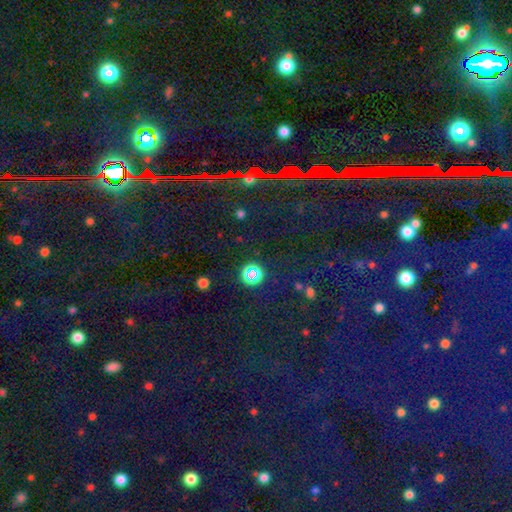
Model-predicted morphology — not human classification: A star or artifact, not a galaxy (74%).

Vote fractions:
- Smooth or featured? star or artifact: 74% / smooth: 18% / featured or disk: 8%